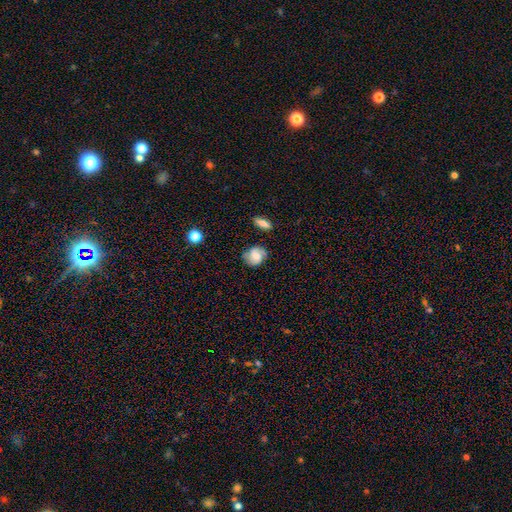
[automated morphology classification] The model was most divided on "smooth or featured": featured or disk: 48%, smooth: 44%, star or artifact: 9%. More confident: merging — none (72%).